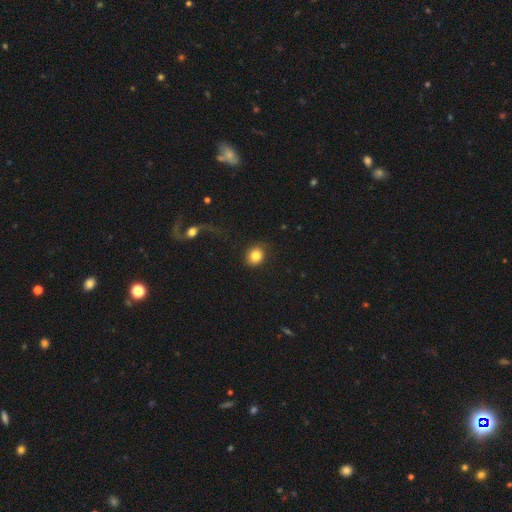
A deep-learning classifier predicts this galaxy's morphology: smooth_or_featured: smooth (p=0.83) [alt: star or artifact p=0.09]
how_rounded: round (p=0.72) [alt: in between p=0.27]
merging: none (p=0.85) [alt: minor disturbance p=0.09]